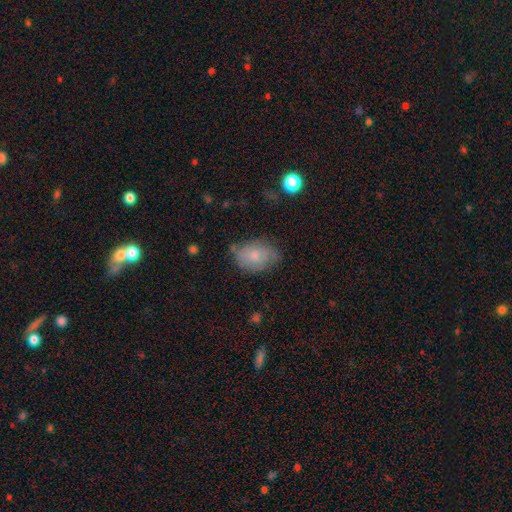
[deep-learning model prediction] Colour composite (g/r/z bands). It shows a smooth galaxy with no disk features (70%) that is in between round and cigar-shaped (80%). Merging: none (59%).